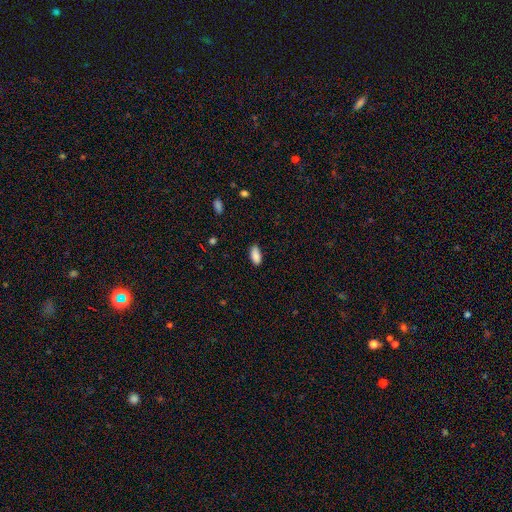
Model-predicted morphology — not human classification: Smooth or featured? smooth (88%)
How rounded? in between (90%)
Merging? none (75%)